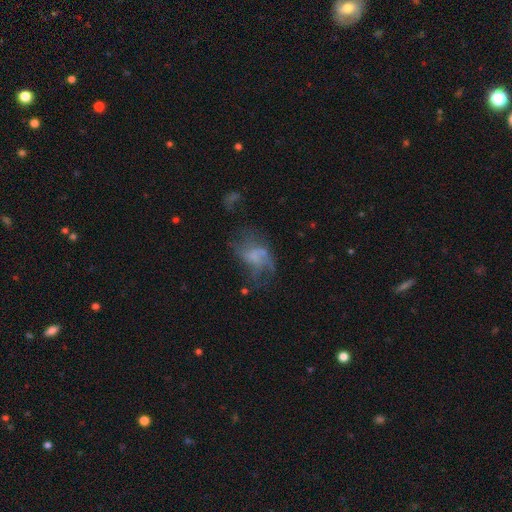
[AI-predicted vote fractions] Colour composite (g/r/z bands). It shows a featured or disk galaxy (52%) with no bar (73%), no spiral arms (61%) and no central bulge (58%). Merging: major disturbance (43%).